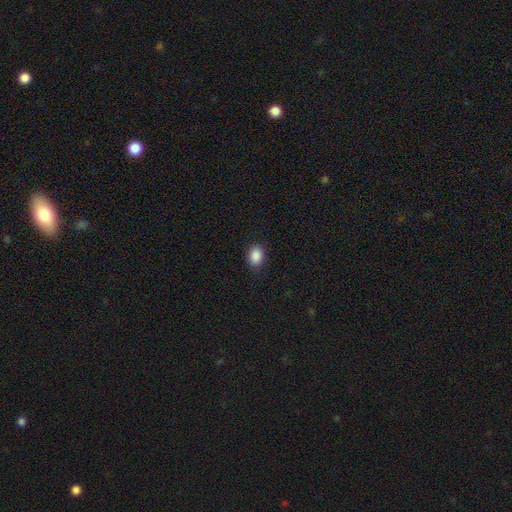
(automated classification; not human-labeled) This appears to be a smooth galaxy with no disk features (88%) that is in between round and cigar-shaped (71%). Merging: none (87%).